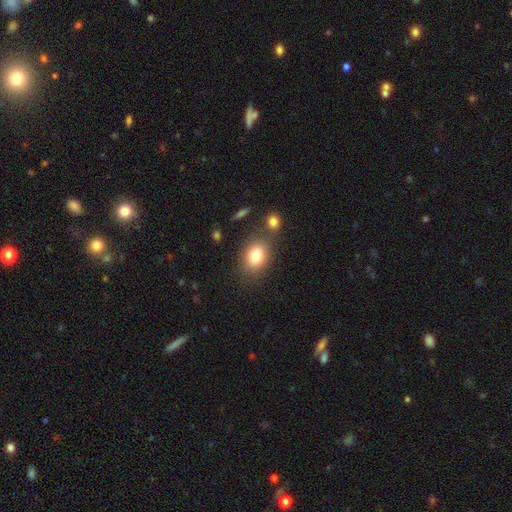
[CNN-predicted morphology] The model was most divided on "how rounded": in between: 71%, round: 28%, cigar-shaped: 1%. More confident: smooth or featured — smooth (80%); merging — none (70%).